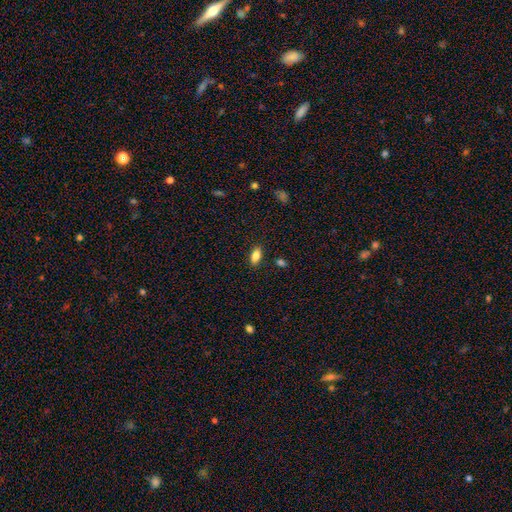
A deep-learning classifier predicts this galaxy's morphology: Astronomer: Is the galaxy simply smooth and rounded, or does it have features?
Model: smooth — 80%.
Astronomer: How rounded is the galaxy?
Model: in between — 87%.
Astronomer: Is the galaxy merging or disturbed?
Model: none — 87%.